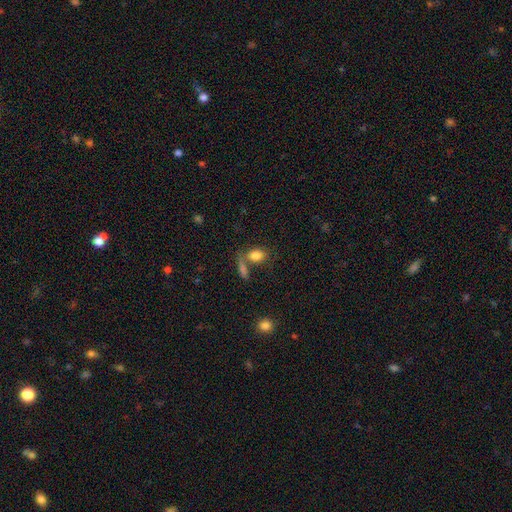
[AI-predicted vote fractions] This appears to be a smooth galaxy with no disk features (82%) that is in between round and cigar-shaped (74%). Merging: none (53%).